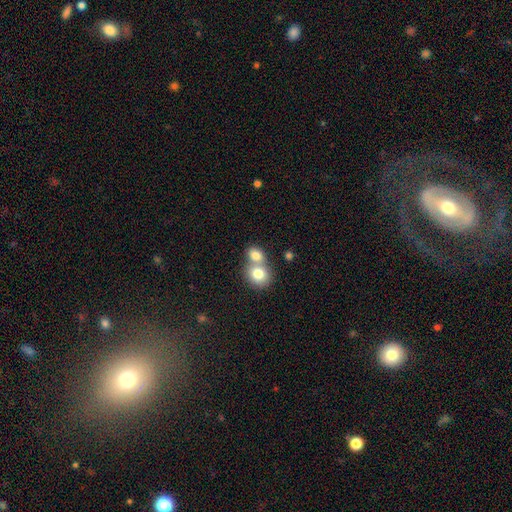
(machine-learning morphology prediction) Q: Smooth or featured?
A: smooth (79%); runner-up: featured or disk (12%)
Q: How rounded?
A: round (65%); runner-up: in between (34%)
Q: Merging?
A: merger (60%); runner-up: none (32%)